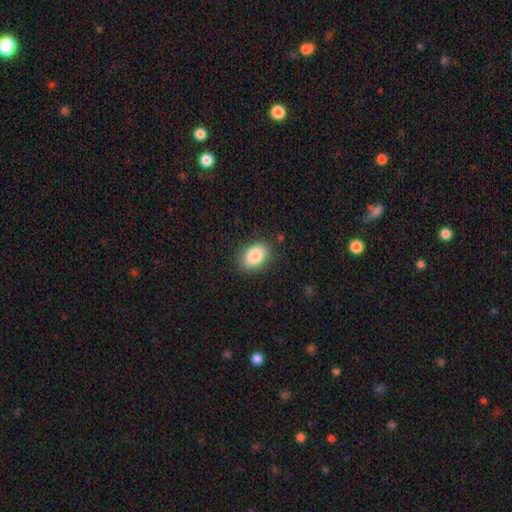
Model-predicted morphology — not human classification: Smooth or featured: smooth — 86% (star or artifact — 8%)
How rounded: in between — 80% (round — 19%)
Merging: none — 84% (minor disturbance — 12%)